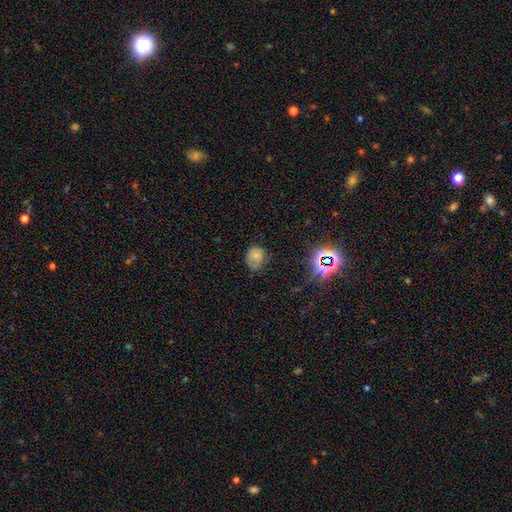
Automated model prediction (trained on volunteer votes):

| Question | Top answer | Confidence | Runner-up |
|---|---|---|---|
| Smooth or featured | smooth | 66% | star or artifact (17%) |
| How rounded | round | 61% | in between (38%) |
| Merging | none | 52% | minor disturbance (34%) |